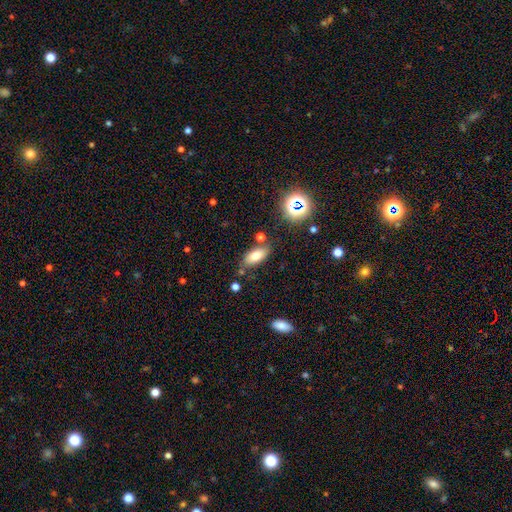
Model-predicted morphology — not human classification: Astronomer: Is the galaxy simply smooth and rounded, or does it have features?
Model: smooth — 75%.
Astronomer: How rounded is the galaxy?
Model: in between — 84%.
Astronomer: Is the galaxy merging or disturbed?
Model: none — 75%.